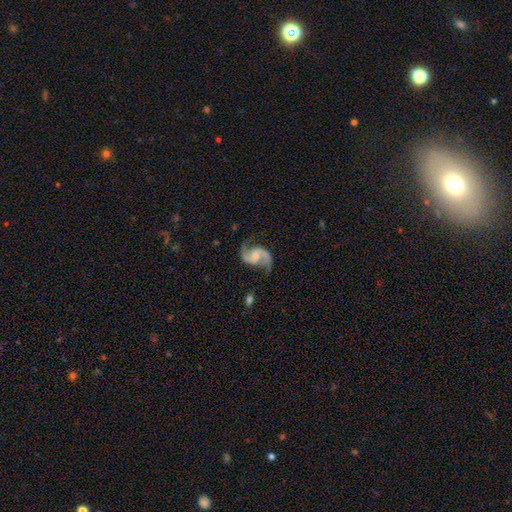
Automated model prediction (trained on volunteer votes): Smooth or featured: featured or disk — 92% (smooth — 4%)
Edge-on disk: no — 98% (yes — 2%)
Bar: weak — 47% (no — 40%)
Spiral arms: yes — 98% (no — 2%)
Spiral winding: medium — 47% (loose — 45%)
Spiral arm count: 2 — 94% (can't tell — 1%)
Bulge size: small — 36% (none — 30%)
Merging: none — 76% (minor disturbance — 15%)